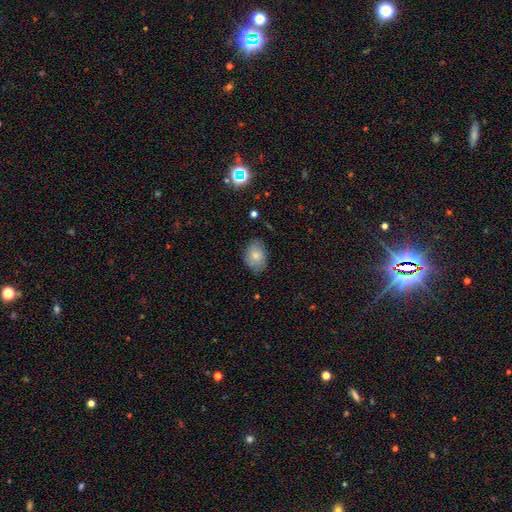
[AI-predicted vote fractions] Smooth or featured? smooth (78%)
How rounded? in between (78%)
Merging? none (76%)